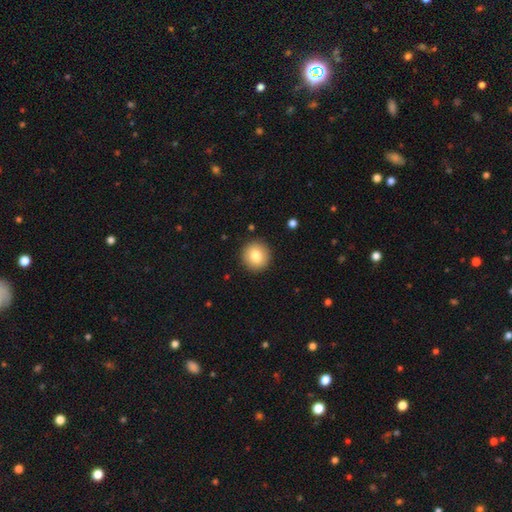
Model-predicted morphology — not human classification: type=smooth (82%); roundness=round (93%); merging=none (91%).